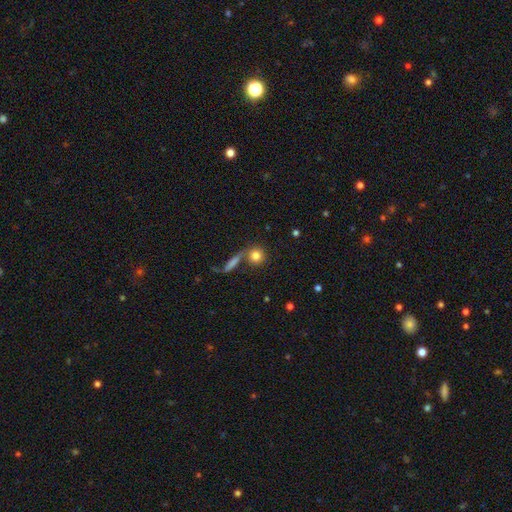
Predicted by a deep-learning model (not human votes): Morphology: type=smooth (79%); roundness=round (86%); merging=none (66%).